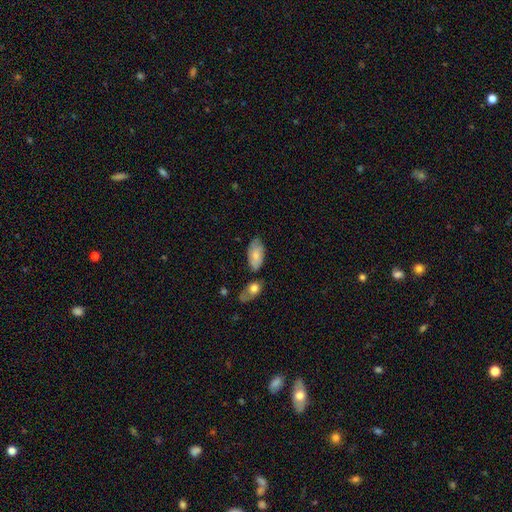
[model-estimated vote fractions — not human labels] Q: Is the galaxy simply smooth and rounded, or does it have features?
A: smooth — 70%.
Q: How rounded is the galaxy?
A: in between — 93%.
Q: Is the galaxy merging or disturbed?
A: none — 62%.